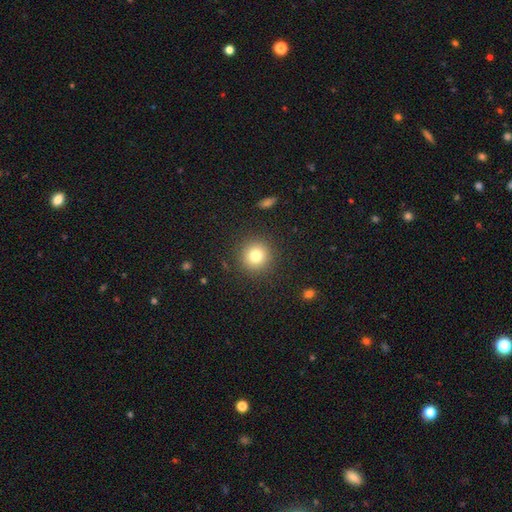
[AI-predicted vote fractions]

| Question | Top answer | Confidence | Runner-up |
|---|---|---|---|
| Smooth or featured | smooth | 79% | star or artifact (12%) |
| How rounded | round | 95% | in between (4%) |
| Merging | none | 90% | minor disturbance (6%) |